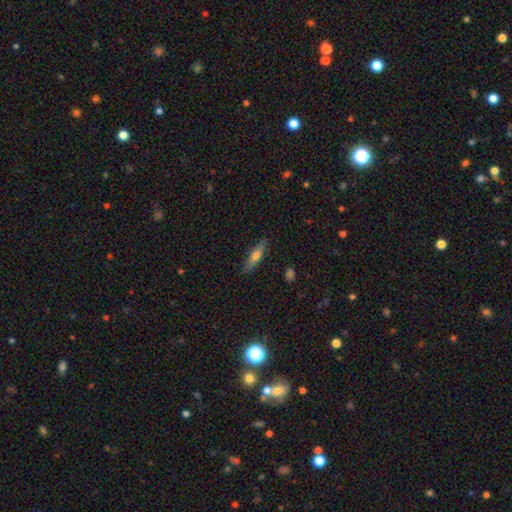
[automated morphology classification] smooth_or_featured: smooth (p=0.62) [alt: featured or disk p=0.32]
how_rounded: cigar-shaped (p=0.69) [alt: in between p=0.29]
merging: none (p=0.85) [alt: minor disturbance p=0.11]